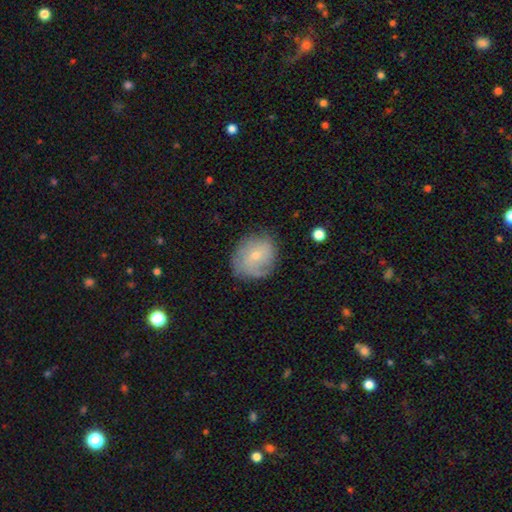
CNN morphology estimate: Smooth or featured?
  - featured or disk: 48% *
  - smooth: 43%
  - star or artifact: 8%
Merging?
  - none: 71% *
  - minor disturbance: 20%
  - major disturbance: 7%
  - merger: 1%